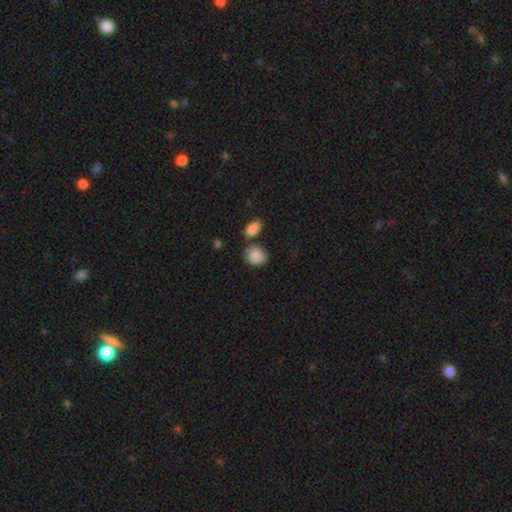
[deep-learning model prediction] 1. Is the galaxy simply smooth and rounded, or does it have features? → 88% smooth, 7% star or artifact, 6% featured or disk.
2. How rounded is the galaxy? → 55% round, 44% in between, 1% cigar-shaped.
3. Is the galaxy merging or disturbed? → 67% none, 16% minor disturbance, 13% merger, 4% major disturbance.